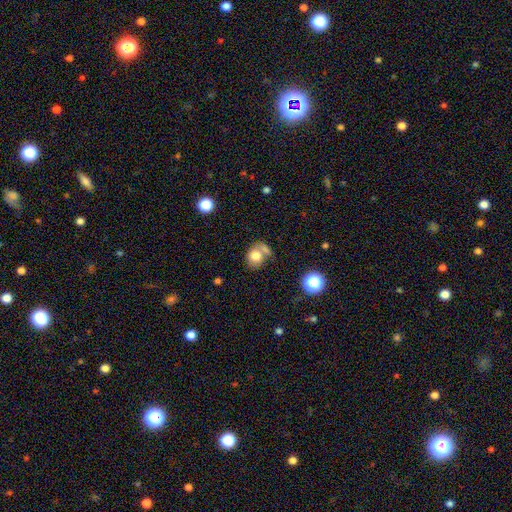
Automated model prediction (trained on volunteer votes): A smooth galaxy with no disk features (76%) that is round (56%).

Vote fractions:
- Smooth or featured? smooth: 76% / featured or disk: 14% / star or artifact: 10%
- How rounded? round: 56% / in between: 43% / cigar-shaped: 1%
- Merging? none: 39% / merger: 33% / minor disturbance: 17% / major disturbance: 11%